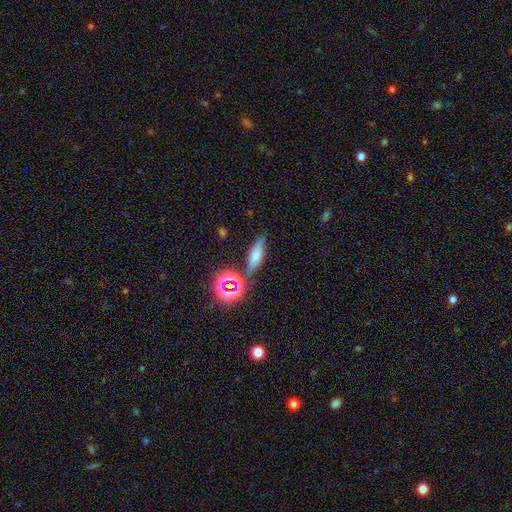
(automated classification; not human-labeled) Smooth or featured? Predicted: smooth (p=0.56). How rounded? Predicted: cigar-shaped (p=0.46). Merging? Predicted: none (p=0.70).